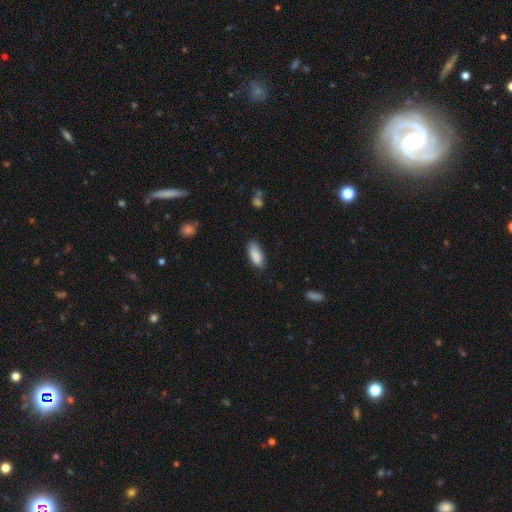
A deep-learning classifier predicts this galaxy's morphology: Overall: smooth (88%). How rounded: in between (84%). Merging: none (72%).